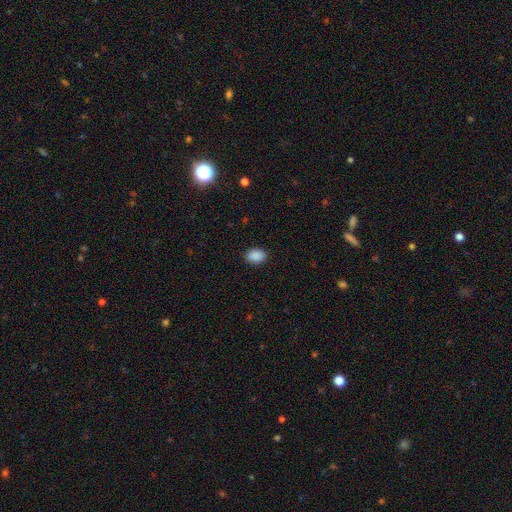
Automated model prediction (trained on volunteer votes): Smooth or featured? smooth (90%)
How rounded? in between (70%)
Merging? none (89%)